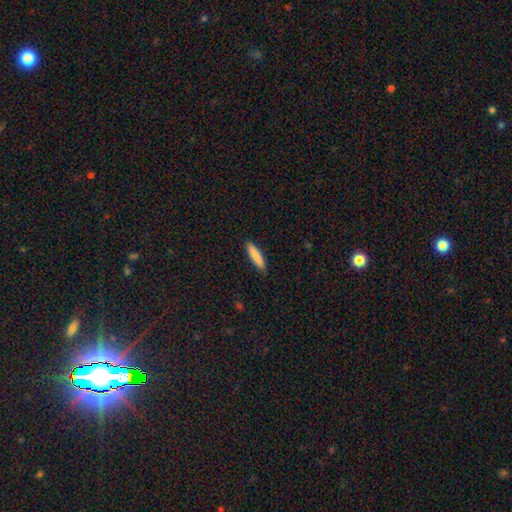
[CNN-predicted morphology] A smooth galaxy with no disk features (84%) that is cigar-shaped (83%).

Vote fractions:
- Smooth or featured? smooth: 84% / featured or disk: 10% / star or artifact: 5%
- How rounded? cigar-shaped: 83% / in between: 16% / round: 1%
- Merging? none: 91% / minor disturbance: 7% / major disturbance: 2% / merger: 1%